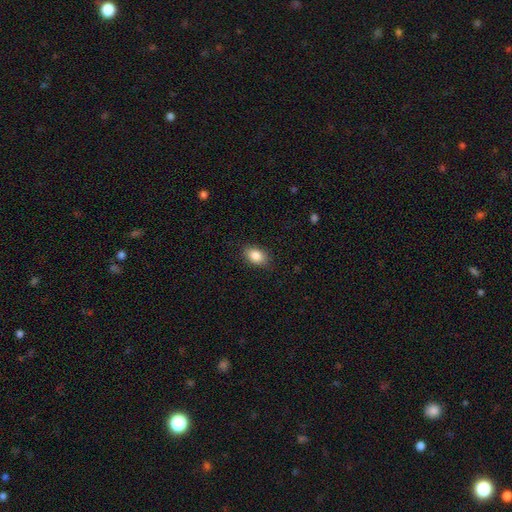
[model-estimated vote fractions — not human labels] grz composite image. It shows a smooth galaxy with no disk features (86%) that is in between round and cigar-shaped (84%). Merging: none (86%).